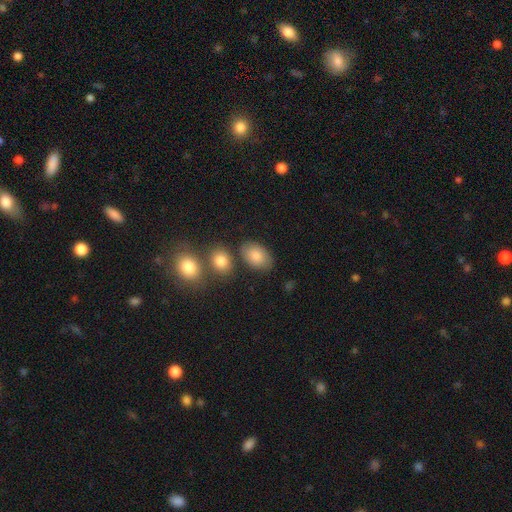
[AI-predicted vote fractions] Smooth or featured? smooth (82%)
How rounded? in between (85%)
Merging? none (76%)